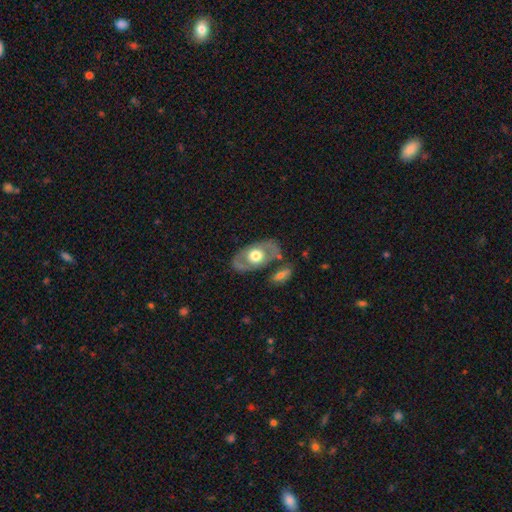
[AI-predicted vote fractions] A featured or disk galaxy (54%). Merging: none (73%).